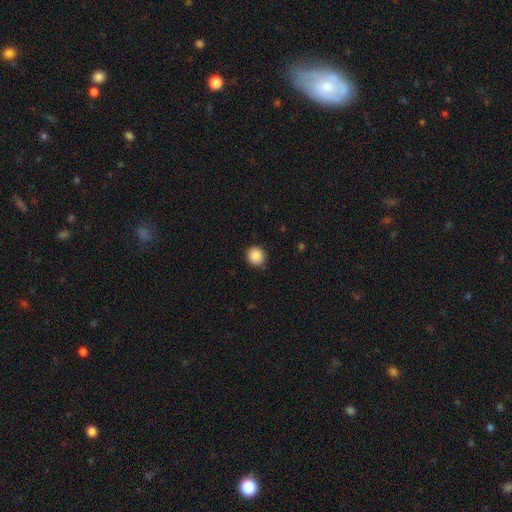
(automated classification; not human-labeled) Smooth or featured?
  - smooth: 88% *
  - star or artifact: 9%
  - featured or disk: 3%
How rounded?
  - round: 90% *
  - in between: 9%
  - cigar-shaped: 1%
Merging?
  - none: 88% *
  - minor disturbance: 9%
  - major disturbance: 2%
  - merger: 1%